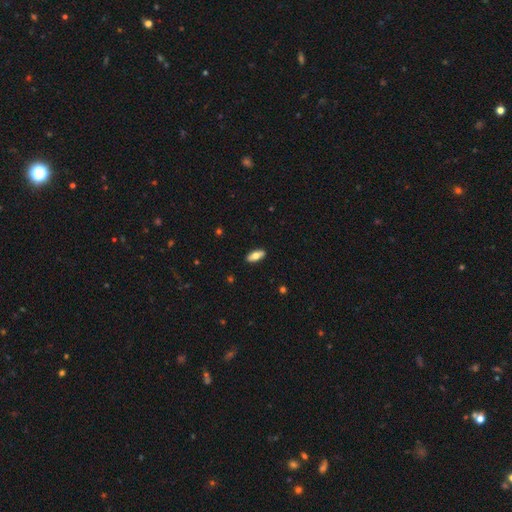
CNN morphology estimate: A smooth galaxy with no disk features (69%) that is in between round and cigar-shaped (82%).

Vote fractions:
- Smooth or featured? smooth: 69% / featured or disk: 25% / star or artifact: 6%
- How rounded? in between: 82% / cigar-shaped: 16% / round: 3%
- Merging? none: 89% / minor disturbance: 8% / major disturbance: 2% / merger: 1%